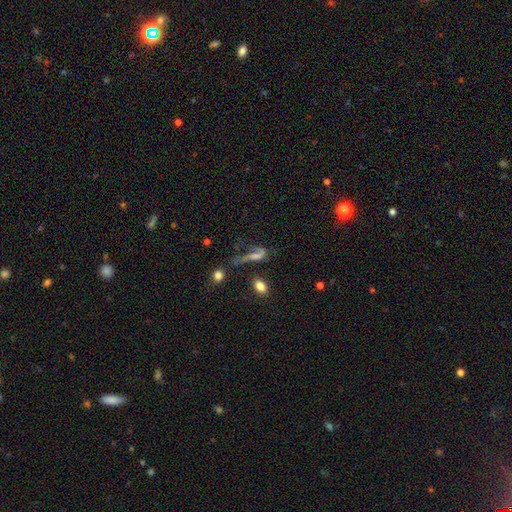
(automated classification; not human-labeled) Q: Smooth or featured?
A: featured or disk (41%); runner-up: smooth (37%)
Q: Merging?
A: none (34%); runner-up: major disturbance (33%)